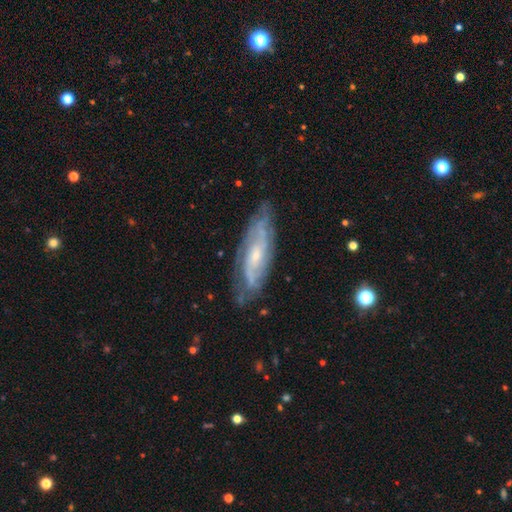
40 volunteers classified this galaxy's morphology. Volunteers were most divided on "spiral arm count": can't tell: 50%, 2: 44%, 3: 6%, 1: 0%, 4: 0%, more than 4: 0%. More confident: spiral arms — yes (100%); edge-on disk — no (94%); smooth or featured — featured or disk (85%); merging — none (82%); bar — no (69%); bulge size — small (69%); spiral winding — tight (53%).